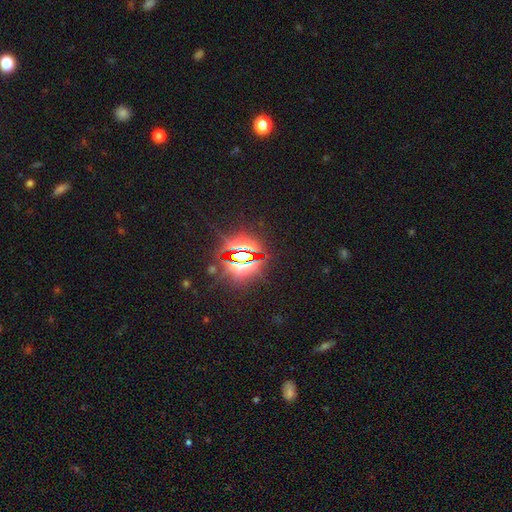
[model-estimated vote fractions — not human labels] This appears to be a star or artifact, not a galaxy (83%).